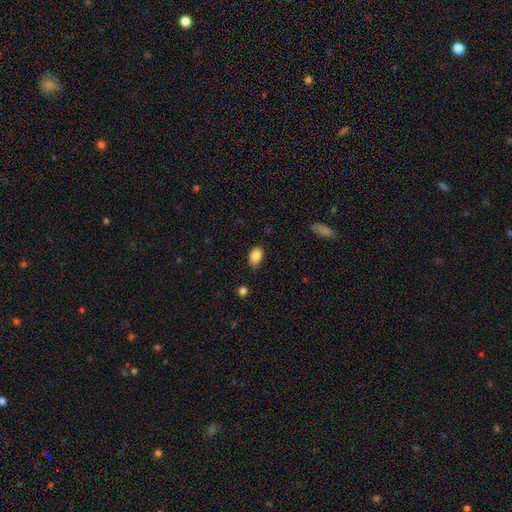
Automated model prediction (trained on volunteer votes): This is clearly a smooth galaxy (87%). How rounded: clearly in between (88%). Merging: likely none (78%).